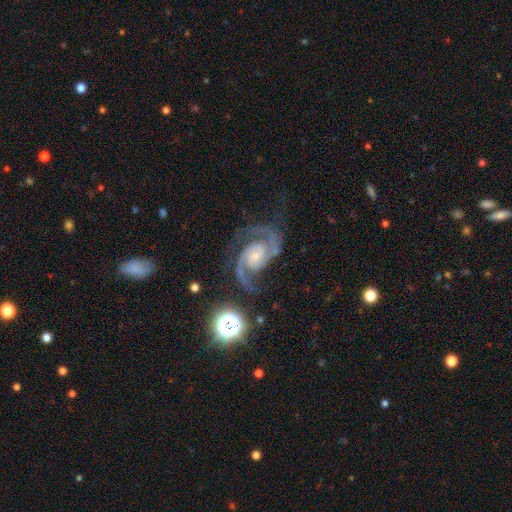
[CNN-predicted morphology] The model was most divided on "bar": no: 56%, weak: 33%, strong: 11%. More confident: spiral arms — yes (99%); edge-on disk — no (98%); spiral arm count — 2 (93%); smooth or featured — featured or disk (92%); merging — none (74%); spiral winding — medium (59%); bulge size — small (56%).